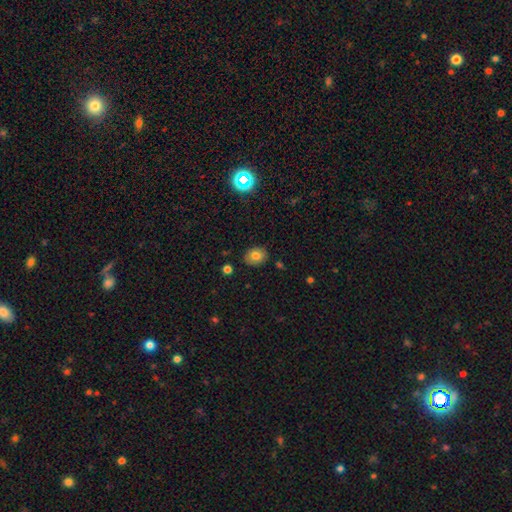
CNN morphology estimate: Smooth or featured? Predicted: smooth (p=0.77). How rounded? Predicted: in between (p=0.54). Merging? Predicted: none (p=0.85).